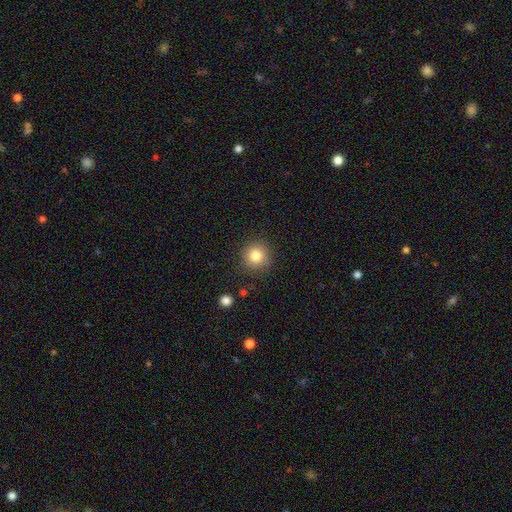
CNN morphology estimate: The model was most divided on "smooth or featured": smooth: 82%, star or artifact: 11%, featured or disk: 7%. More confident: how rounded — round (93%); merging — none (87%).